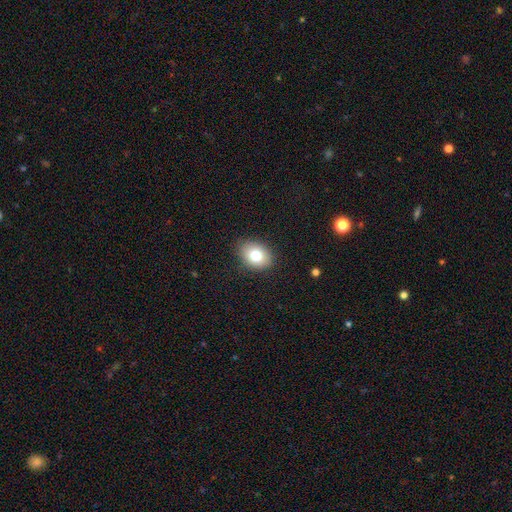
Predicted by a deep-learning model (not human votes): Overall: smooth (79%). How rounded: in between (63%; round 36%). Merging: none (87%).